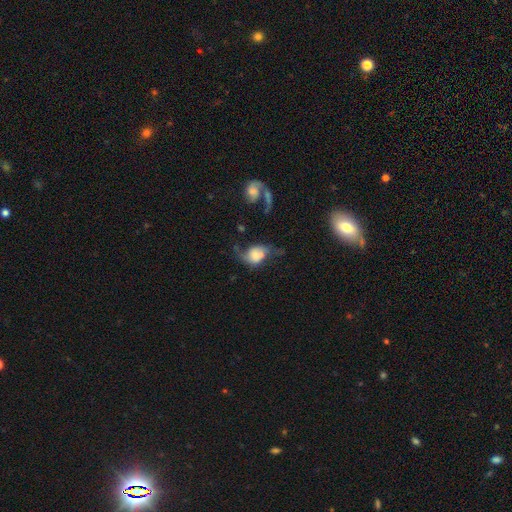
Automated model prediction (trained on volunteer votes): Overall: featured or disk (51%; smooth 39%). Edge-on disk: no (96%). Merging: merger (30%; major disturbance 28%).